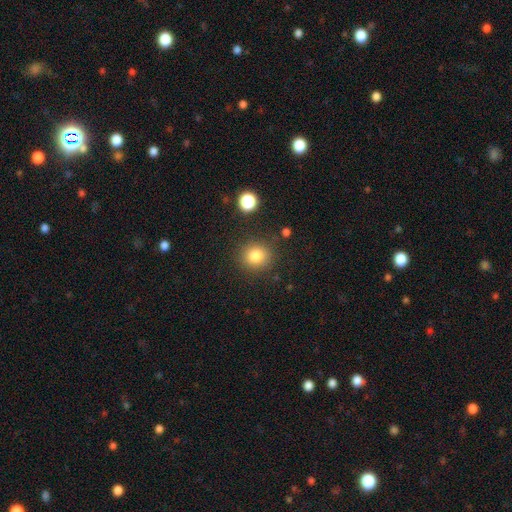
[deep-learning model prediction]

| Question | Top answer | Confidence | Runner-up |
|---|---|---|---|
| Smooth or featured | smooth | 81% | star or artifact (12%) |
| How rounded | round | 86% | in between (13%) |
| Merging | none | 86% | minor disturbance (9%) |